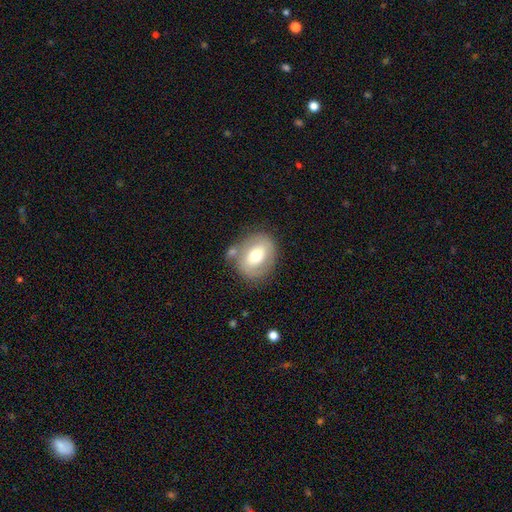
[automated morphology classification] smooth_or_featured: smooth (p=0.54) [alt: featured or disk p=0.39]
how_rounded: in between (p=0.54) [alt: round p=0.45]
merging: none (p=0.66) [alt: minor disturbance p=0.17]